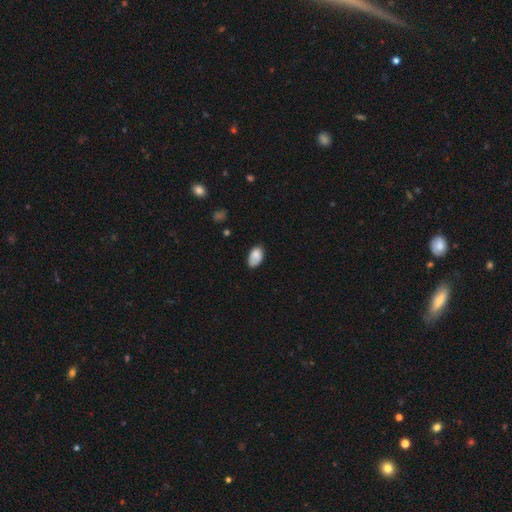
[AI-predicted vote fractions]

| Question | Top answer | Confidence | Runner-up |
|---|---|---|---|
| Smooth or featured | smooth | 82% | featured or disk (11%) |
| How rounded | in between | 92% | round (6%) |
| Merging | none | 62% | minor disturbance (29%) |